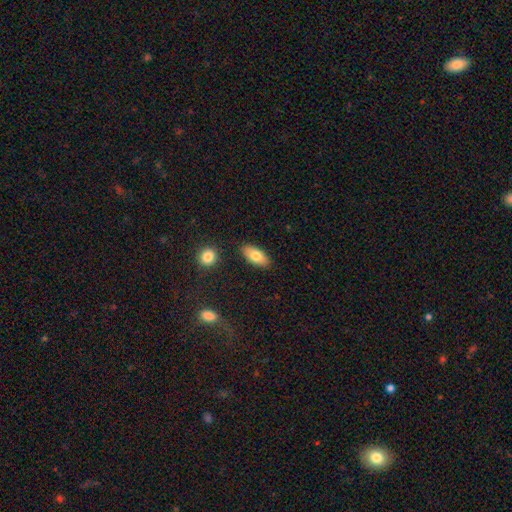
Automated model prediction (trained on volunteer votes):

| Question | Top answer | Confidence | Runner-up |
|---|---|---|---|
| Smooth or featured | smooth | 78% | featured or disk (16%) |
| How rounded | in between | 89% | cigar-shaped (8%) |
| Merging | none | 85% | minor disturbance (10%) |